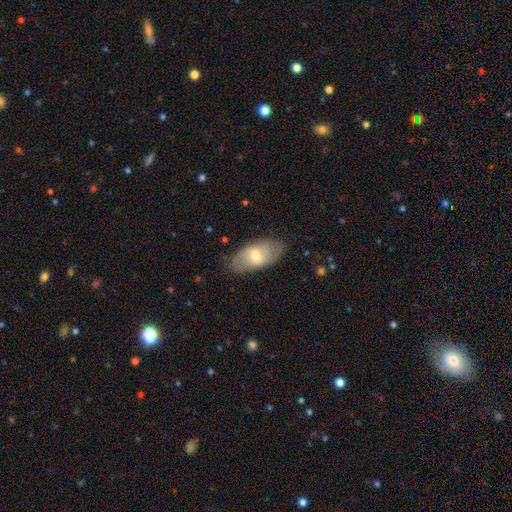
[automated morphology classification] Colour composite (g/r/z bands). It shows a smooth galaxy with no disk features (54%) that is in between round and cigar-shaped (91%). Merging: none (78%).